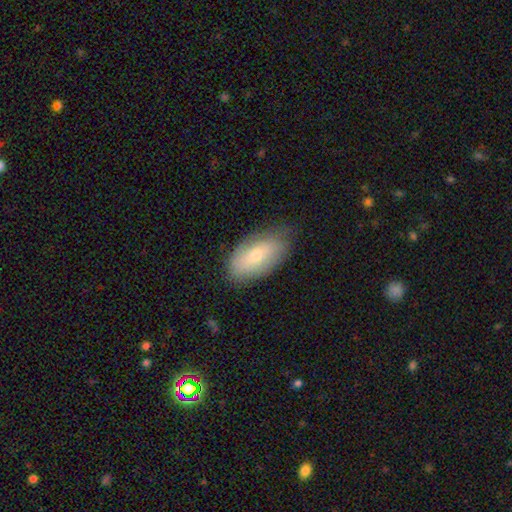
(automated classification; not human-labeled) Smooth or featured? smooth (68%)
How rounded? in between (92%)
Merging? none (72%)